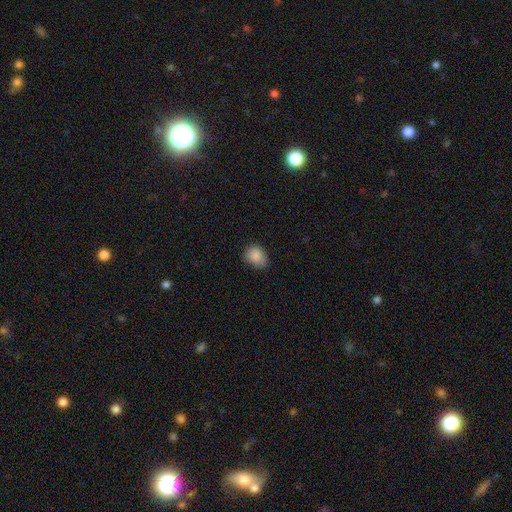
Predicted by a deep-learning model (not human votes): This is clearly a smooth galaxy (87%). How rounded: possibly in between (58%). Merging: likely none (69%).